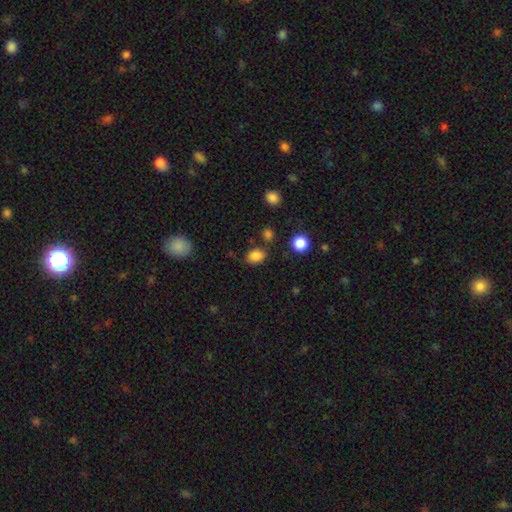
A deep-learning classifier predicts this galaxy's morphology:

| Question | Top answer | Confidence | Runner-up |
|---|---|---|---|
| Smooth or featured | smooth | 84% | star or artifact (11%) |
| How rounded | in between | 63% | round (36%) |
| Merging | none | 77% | minor disturbance (14%) |